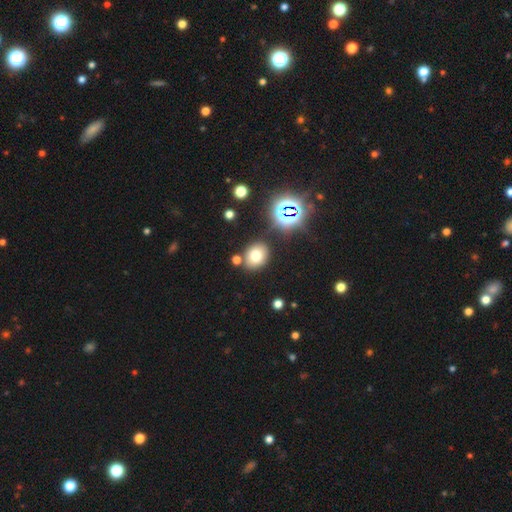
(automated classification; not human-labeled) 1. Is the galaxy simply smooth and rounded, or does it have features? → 70% smooth, 19% star or artifact, 11% featured or disk.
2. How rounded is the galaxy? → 57% round, 42% in between, 1% cigar-shaped.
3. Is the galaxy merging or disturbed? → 78% none, 11% minor disturbance, 8% merger, 3% major disturbance.